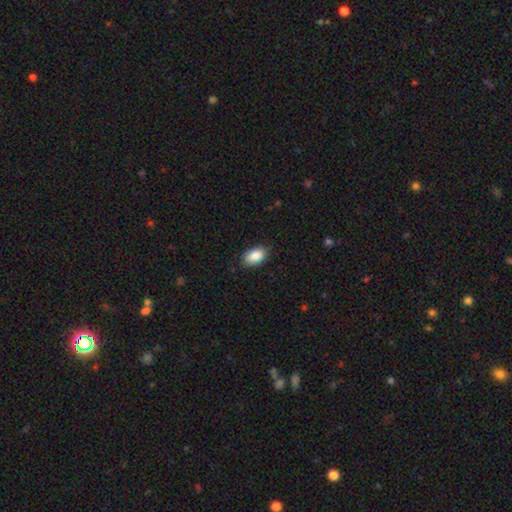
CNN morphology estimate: Smooth or featured? Predicted: smooth (p=0.88). How rounded? Predicted: in between (p=0.93). Merging? Predicted: none (p=0.86).